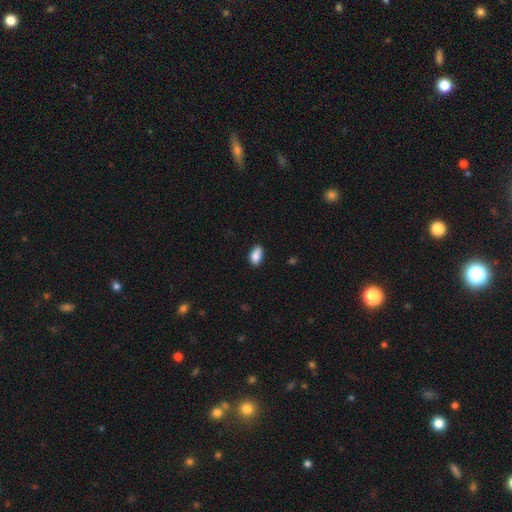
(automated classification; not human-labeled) Smooth or featured: smooth — 87% (star or artifact — 7%)
How rounded: in between — 92% (round — 5%)
Merging: none — 79% (minor disturbance — 17%)